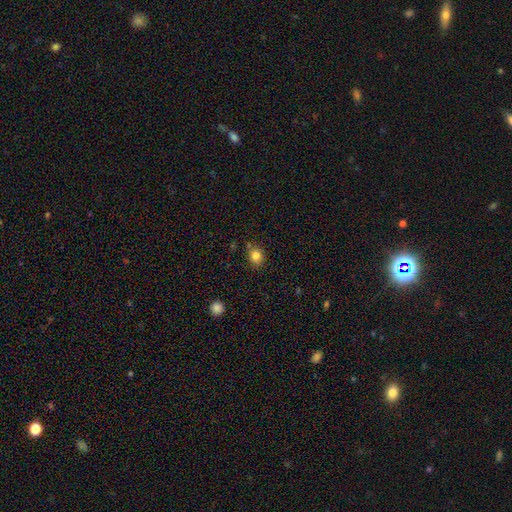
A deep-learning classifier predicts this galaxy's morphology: smooth-or-featured: smooth: 82% | star or artifact: 12% | featured or disk: 6%
  how-rounded: round: 71% | in between: 28% | cigar-shaped: 1%
  merging: none: 82% | minor disturbance: 12% | merger: 4% | major disturbance: 3%